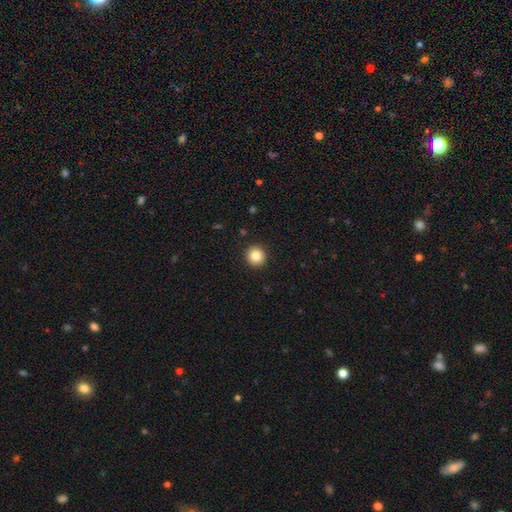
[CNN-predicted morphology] A smooth galaxy with no disk features (87%) that is round (93%). Merging: none (92%).